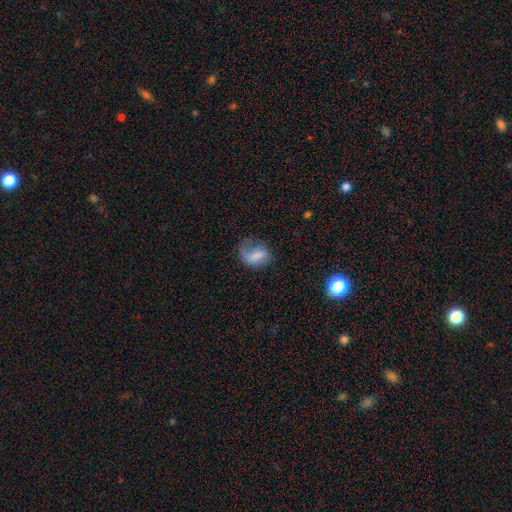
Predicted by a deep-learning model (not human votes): smooth-or-featured: smooth: 61% | featured or disk: 30% | star or artifact: 9%
  how-rounded: in between: 66% | round: 32% | cigar-shaped: 2%
  merging: major disturbance: 41% | none: 32% | minor disturbance: 25% | merger: 3%